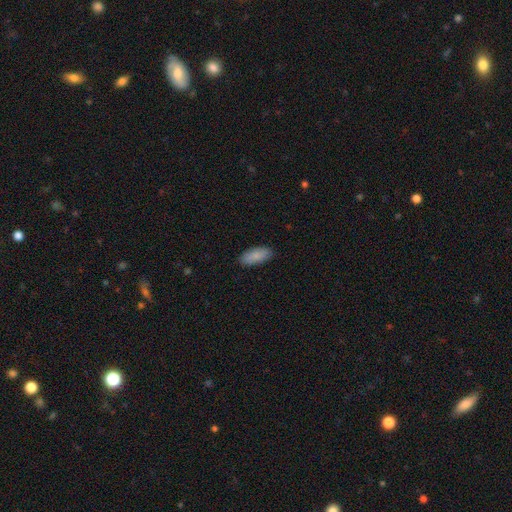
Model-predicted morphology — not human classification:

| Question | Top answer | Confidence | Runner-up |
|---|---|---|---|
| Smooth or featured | smooth | 87% | featured or disk (7%) |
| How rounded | in between | 85% | cigar-shaped (13%) |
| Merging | none | 88% | minor disturbance (9%) |